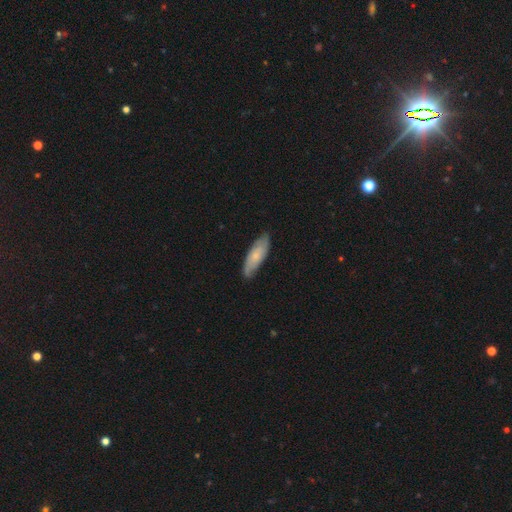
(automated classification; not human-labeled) The model was most divided on "smooth or featured": smooth: 50%, featured or disk: 44%, star or artifact: 6%. More confident: merging — none (78%); how rounded — in between (60%).